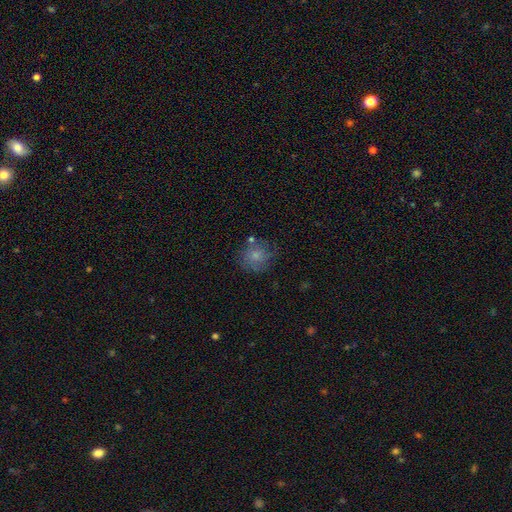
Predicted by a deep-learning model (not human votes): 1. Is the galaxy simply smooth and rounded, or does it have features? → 71% smooth, 19% featured or disk, 10% star or artifact.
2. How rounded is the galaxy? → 85% round, 14% in between, 1% cigar-shaped.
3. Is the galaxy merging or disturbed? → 62% none, 22% minor disturbance, 10% major disturbance, 6% merger.